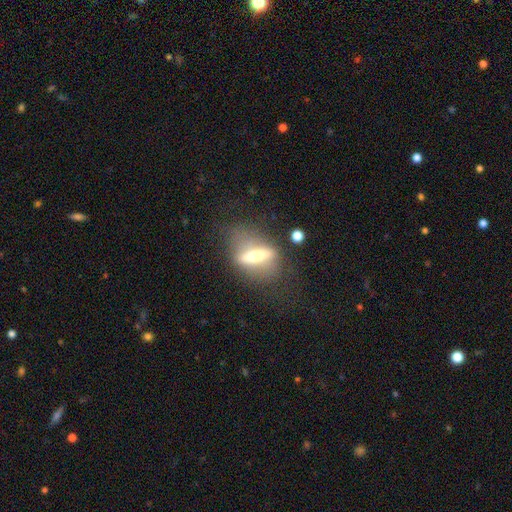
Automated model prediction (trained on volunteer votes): A featured or disk galaxy (63%) viewed edge-on (59%).

Vote fractions:
- Smooth or featured? featured or disk: 63% / smooth: 29% / star or artifact: 9%
- Edge-on disk? yes: 59% / no: 41%
- Merging? none: 62% / major disturbance: 18% / minor disturbance: 17% / merger: 4%